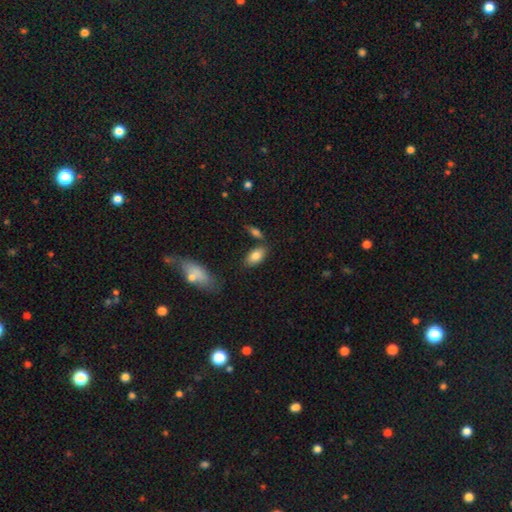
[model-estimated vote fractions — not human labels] A smooth galaxy with no disk features (83%) that is in between round and cigar-shaped (92%).

Vote fractions:
- Smooth or featured? smooth: 83% / featured or disk: 10% / star or artifact: 7%
- How rounded? in between: 92% / round: 4% / cigar-shaped: 4%
- Merging? none: 72% / minor disturbance: 14% / merger: 10% / major disturbance: 4%